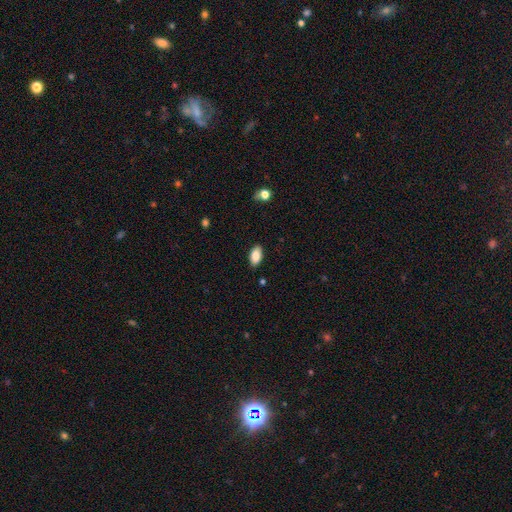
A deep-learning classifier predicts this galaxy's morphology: Smooth or featured: smooth — 86% (star or artifact — 7%)
How rounded: in between — 93% (cigar-shaped — 3%)
Merging: none — 87% (minor disturbance — 10%)